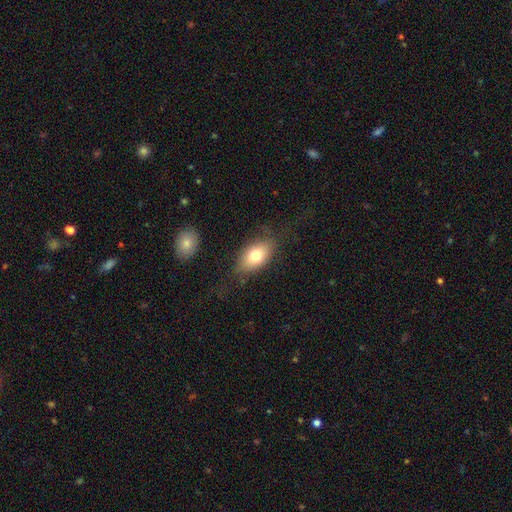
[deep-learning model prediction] Morphology: type=smooth (75%); roundness=in between (89%); merging=none (73%).